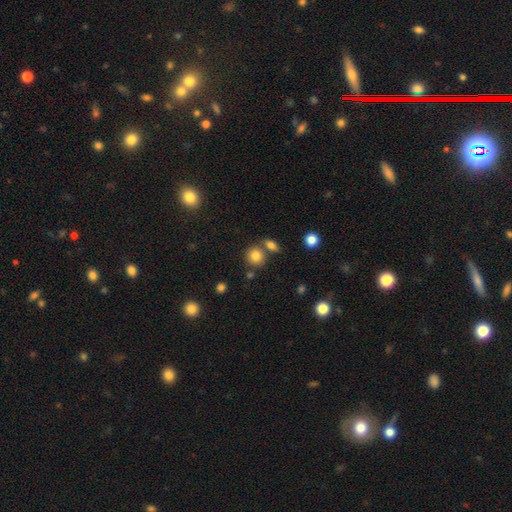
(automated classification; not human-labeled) smooth-or-featured: smooth: 81% | star or artifact: 11% | featured or disk: 8%
  how-rounded: round: 82% | in between: 17% | cigar-shaped: 1%
  merging: none: 66% | merger: 21% | minor disturbance: 10% | major disturbance: 3%